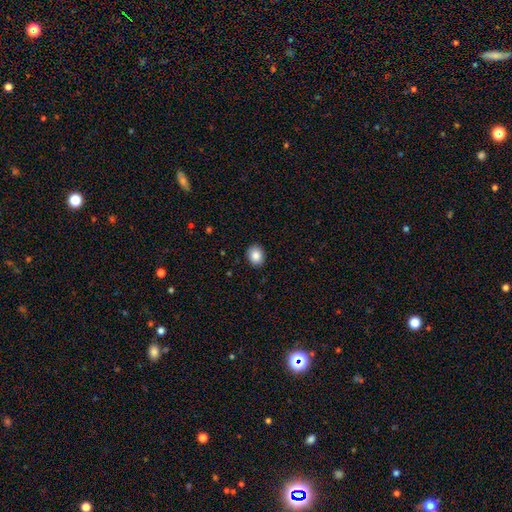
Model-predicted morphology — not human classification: smooth-or-featured: smooth: 87% | star or artifact: 8% | featured or disk: 5%
  how-rounded: round: 50% | in between: 49% | cigar-shaped: 1%
  merging: none: 90% | minor disturbance: 7% | major disturbance: 2% | merger: 1%